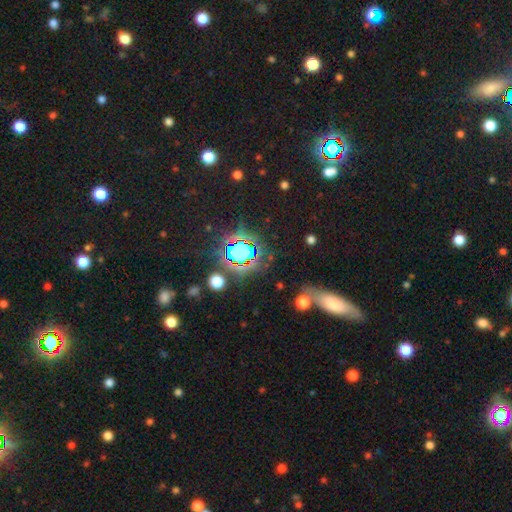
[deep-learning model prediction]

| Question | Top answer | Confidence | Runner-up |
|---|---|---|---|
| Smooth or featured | star or artifact | 71% | smooth (17%) |